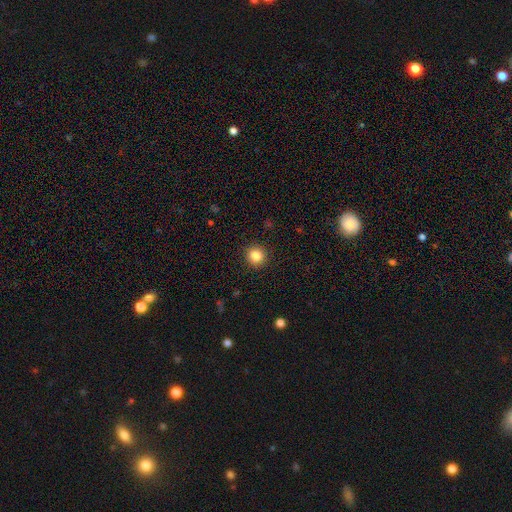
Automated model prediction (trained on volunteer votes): The model was most divided on "smooth or featured": smooth: 85%, star or artifact: 11%, featured or disk: 5%. More confident: how rounded — round (94%); merging — none (92%).